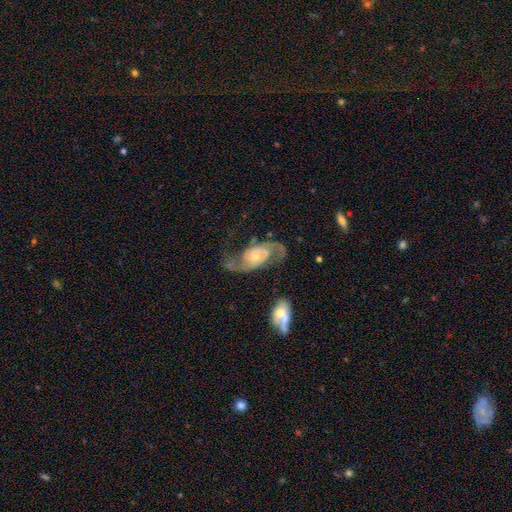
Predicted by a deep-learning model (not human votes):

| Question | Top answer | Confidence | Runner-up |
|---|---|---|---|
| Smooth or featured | featured or disk | 88% | smooth (6%) |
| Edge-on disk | no | 97% | yes (3%) |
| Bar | no | 67% | weak (26%) |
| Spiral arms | yes | 97% | no (3%) |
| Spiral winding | medium | 48% | loose (35%) |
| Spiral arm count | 2 | 91% | can't tell (3%) |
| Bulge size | small | 51% | moderate (42%) |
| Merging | none | 61% | minor disturbance (17%) |